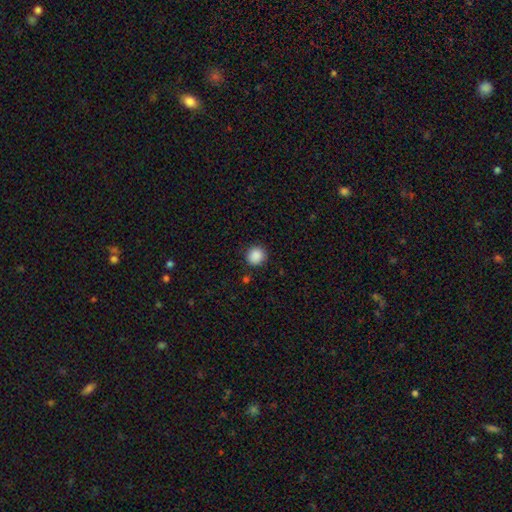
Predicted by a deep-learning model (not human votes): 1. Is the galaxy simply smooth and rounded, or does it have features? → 88% smooth, 9% star or artifact, 3% featured or disk.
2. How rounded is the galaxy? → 91% round, 8% in between, 1% cigar-shaped.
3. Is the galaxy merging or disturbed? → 88% none, 8% minor disturbance, 2% major disturbance, 2% merger.